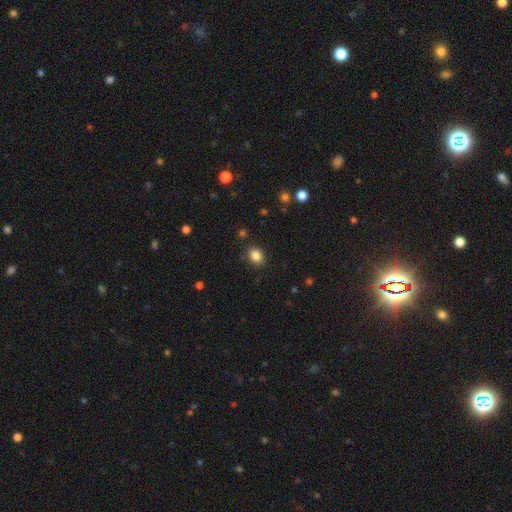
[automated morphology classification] A smooth galaxy with no disk features (85%) that is in between round and cigar-shaped (59%). Merging: none (86%).